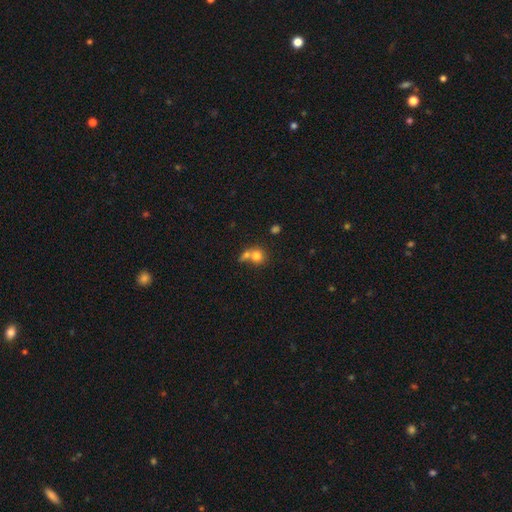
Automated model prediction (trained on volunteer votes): This appears to be a smooth galaxy with no disk features (76%) that is round (79%). Merging: merger (50%).